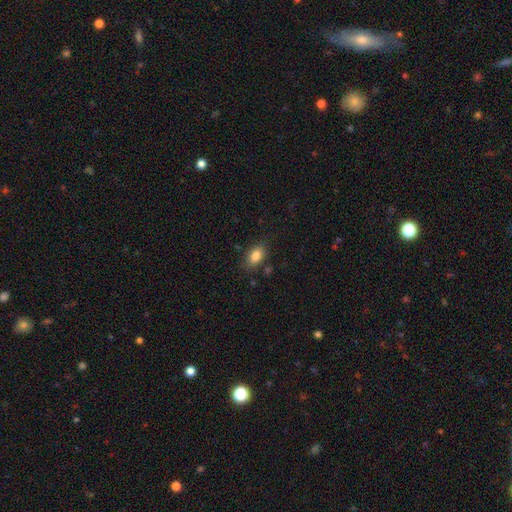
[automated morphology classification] This appears to be a smooth galaxy with no disk features (83%) that is in between round and cigar-shaped (86%). Merging: none (80%).